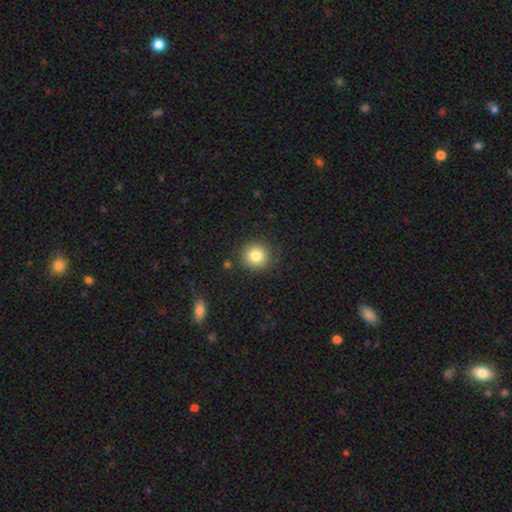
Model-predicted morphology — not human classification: Smooth or featured: smooth — 82% (star or artifact — 10%)
How rounded: round — 92% (in between — 7%)
Merging: none — 86% (minor disturbance — 9%)